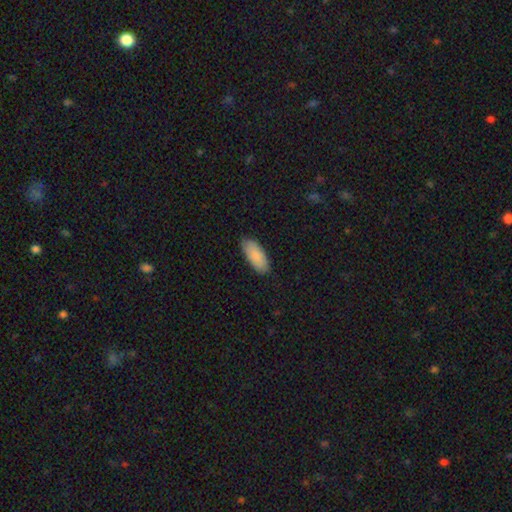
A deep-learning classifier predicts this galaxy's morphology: Smooth or featured: smooth — 88% (featured or disk — 6%)
How rounded: in between — 86% (cigar-shaped — 12%)
Merging: none — 85% (minor disturbance — 12%)